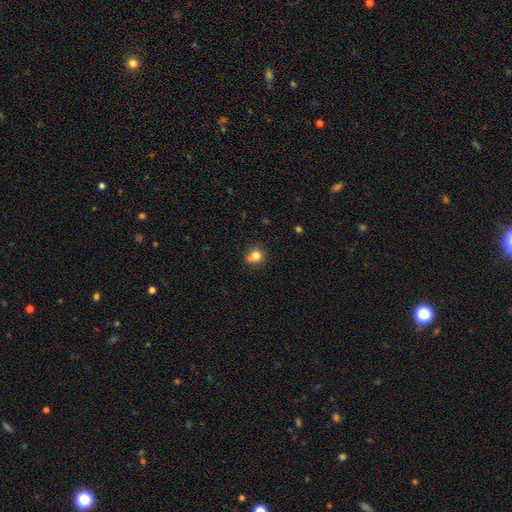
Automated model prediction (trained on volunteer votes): Smooth or featured? smooth (78%)
How rounded? round (84%)
Merging? none (61%)